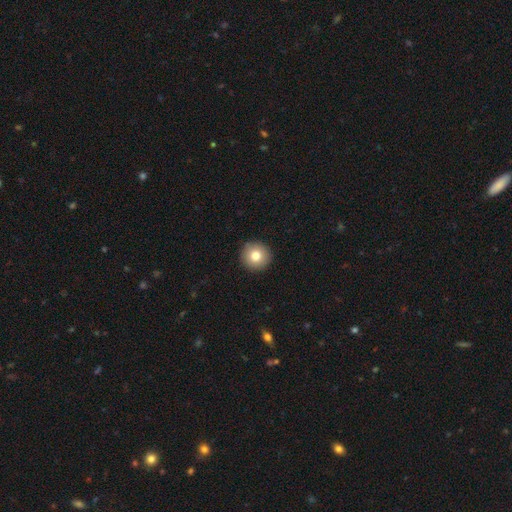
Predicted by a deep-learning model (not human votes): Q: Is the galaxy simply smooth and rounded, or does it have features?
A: smooth — 80%.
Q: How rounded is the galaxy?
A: round — 95%.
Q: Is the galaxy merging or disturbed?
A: none — 93%.